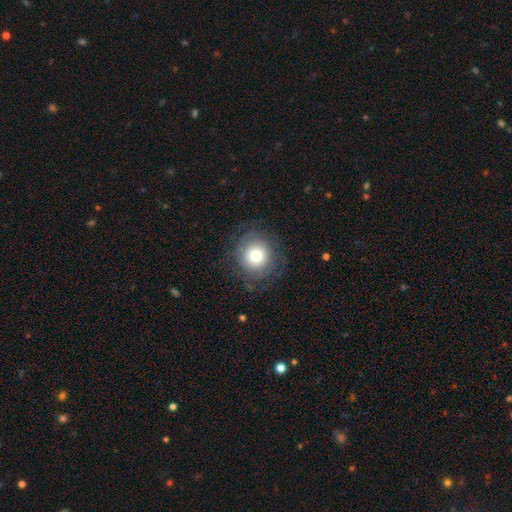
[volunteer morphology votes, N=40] Smooth or featured: smooth — 57% (featured or disk — 38%)
How rounded: round — 91% (in between — 9%)
Merging: none — 71% (minor disturbance — 18%)